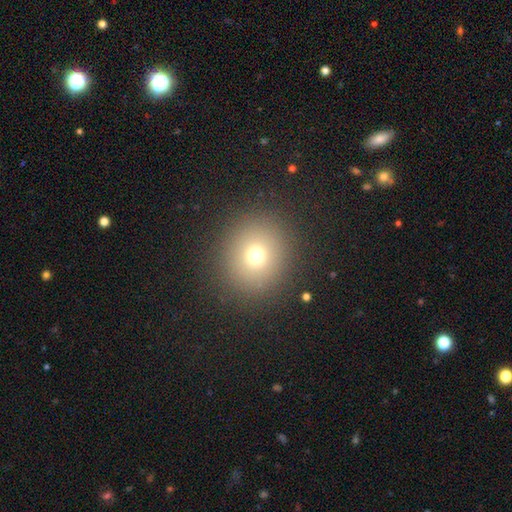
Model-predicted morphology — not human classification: smooth_or_featured: smooth (p=0.72) [alt: star or artifact p=0.18]
how_rounded: round (p=0.85) [alt: in between p=0.15]
merging: none (p=0.89) [alt: minor disturbance p=0.06]